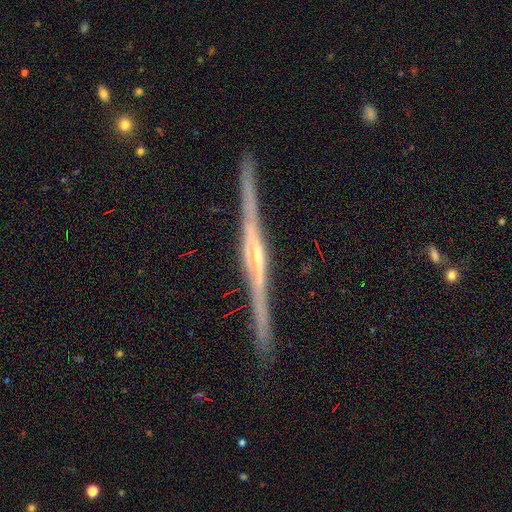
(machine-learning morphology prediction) smooth_or_featured: featured or disk (p=0.88) [alt: smooth p=0.07]
disk_edge_on: yes (p=0.98) [alt: no p=0.02]
edge_on_bulge: rounded (p=0.63) [alt: none p=0.20]
merging: none (p=0.91) [alt: minor disturbance p=0.06]